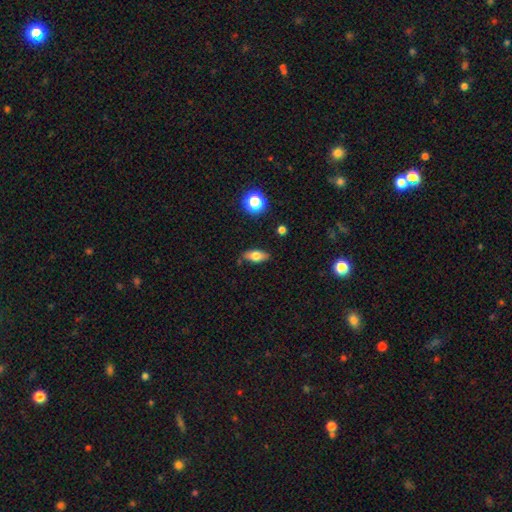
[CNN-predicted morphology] smooth-or-featured: smooth: 70% | featured or disk: 22% | star or artifact: 9%
  how-rounded: in between: 80% | cigar-shaped: 14% | round: 6%
  merging: none: 82% | minor disturbance: 13% | major disturbance: 3% | merger: 2%